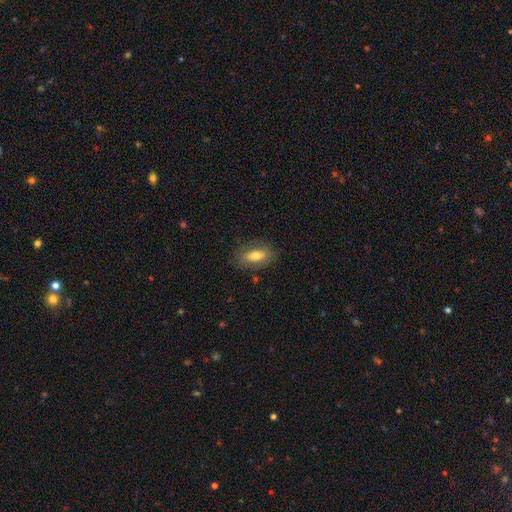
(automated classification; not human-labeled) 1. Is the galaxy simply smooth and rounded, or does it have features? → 65% smooth, 27% featured or disk, 8% star or artifact.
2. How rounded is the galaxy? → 83% in between, 10% cigar-shaped, 7% round.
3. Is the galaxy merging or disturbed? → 79% none, 15% minor disturbance, 5% major disturbance, 2% merger.